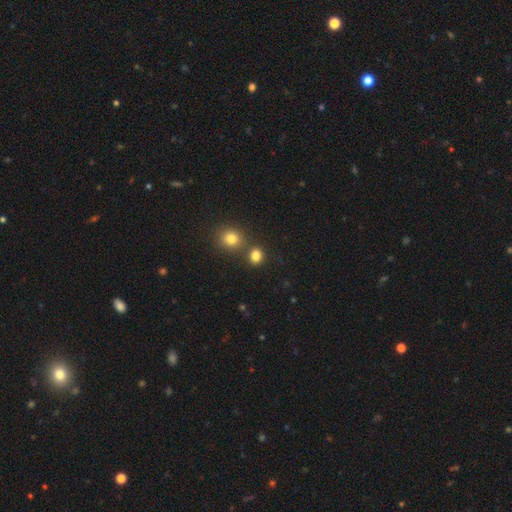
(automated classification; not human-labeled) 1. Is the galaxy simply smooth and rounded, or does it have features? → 81% smooth, 14% star or artifact, 5% featured or disk.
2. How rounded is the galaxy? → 74% round, 25% in between, 1% cigar-shaped.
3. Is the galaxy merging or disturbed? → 71% none, 18% merger, 8% minor disturbance, 3% major disturbance.